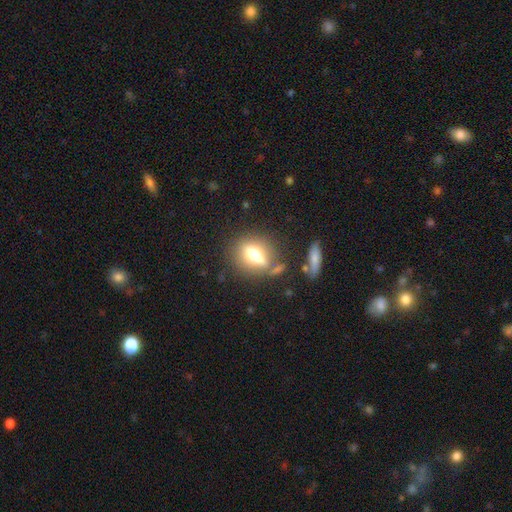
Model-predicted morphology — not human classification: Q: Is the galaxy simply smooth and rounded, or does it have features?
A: smooth — 60%.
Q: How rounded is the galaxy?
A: in between — 57%.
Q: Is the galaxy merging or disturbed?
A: none — 67%.